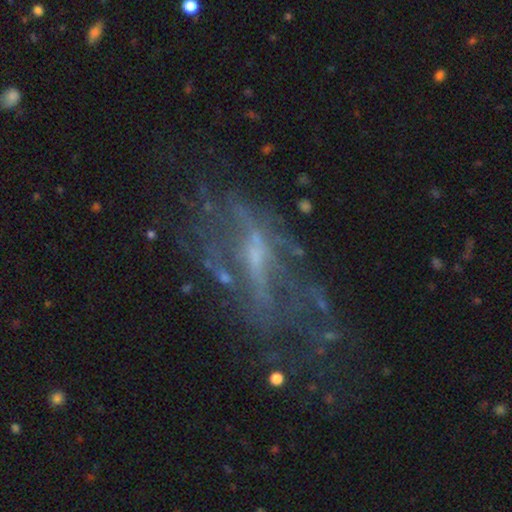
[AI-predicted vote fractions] This appears to be a featured or disk galaxy (72%) with no bar (43%), no spiral arms (57%) and a small central bulge (57%). Merging: none (46%).